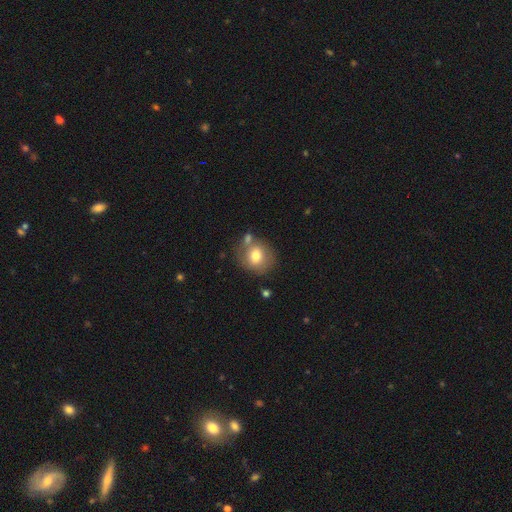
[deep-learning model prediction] The model was most divided on "merging": none: 61%, merger: 18%, minor disturbance: 15%, major disturbance: 5%. More confident: how rounded — round (79%); smooth or featured — smooth (74%).